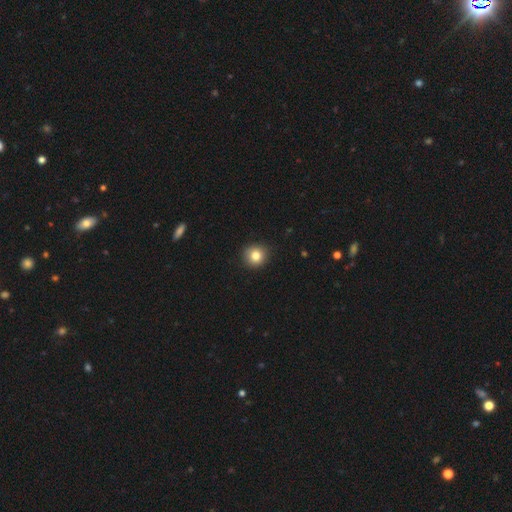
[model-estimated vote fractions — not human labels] A smooth galaxy with no disk features (82%) that is round (91%).

Vote fractions:
- Smooth or featured? smooth: 82% / star or artifact: 11% / featured or disk: 7%
- How rounded? round: 91% / in between: 9% / cigar-shaped: 1%
- Merging? none: 91% / minor disturbance: 7% / major disturbance: 2% / merger: 1%